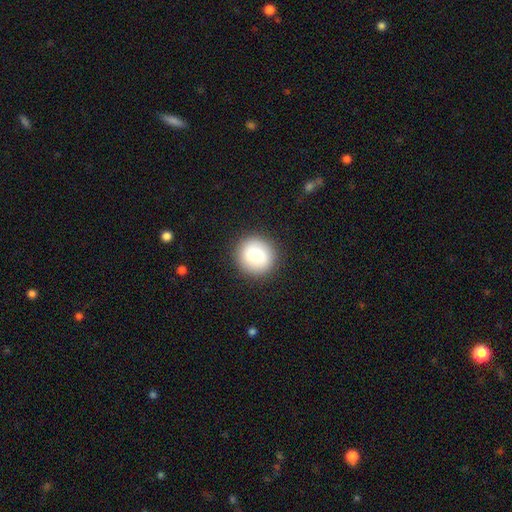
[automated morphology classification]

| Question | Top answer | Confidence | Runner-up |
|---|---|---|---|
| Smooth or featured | smooth | 78% | featured or disk (14%) |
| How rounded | round | 92% | in between (7%) |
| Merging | none | 90% | minor disturbance (7%) |